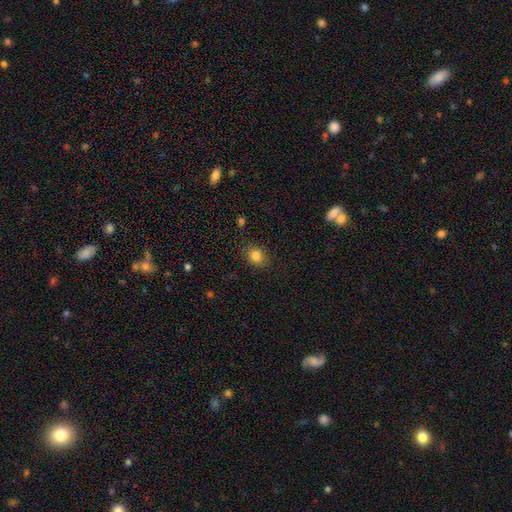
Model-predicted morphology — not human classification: smooth 84%, star or artifact 11%, featured or disk 5%. Down the decision tree: how rounded — round (53%); merging — none (84%).